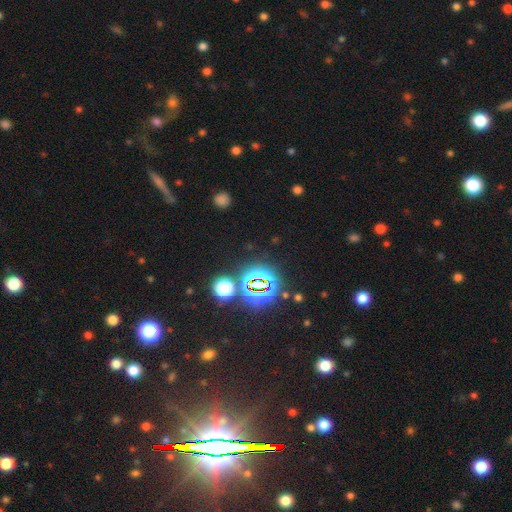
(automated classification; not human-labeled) This appears to be a star or artifact, not a galaxy (83%).